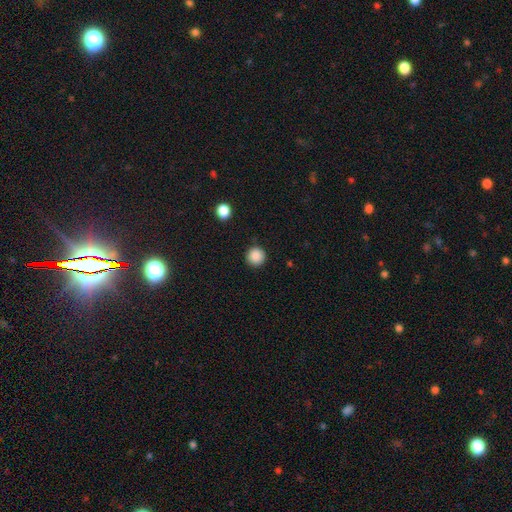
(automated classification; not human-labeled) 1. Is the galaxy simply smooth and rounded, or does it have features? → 88% smooth, 10% star or artifact, 3% featured or disk.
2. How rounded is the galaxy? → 95% round, 4% in between, 1% cigar-shaped.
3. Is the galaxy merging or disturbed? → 90% none, 6% minor disturbance, 2% major disturbance, 1% merger.